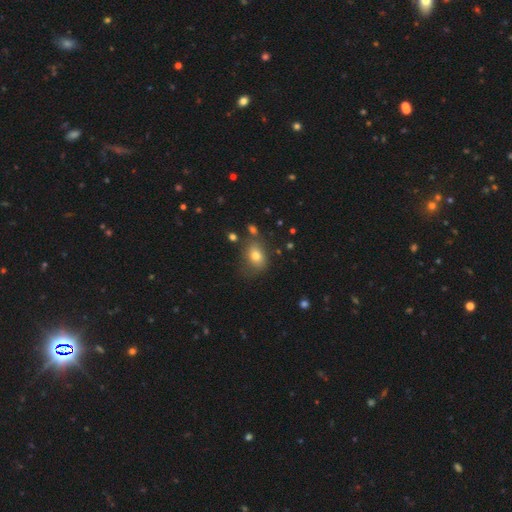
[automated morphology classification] type=smooth (76%); roundness=in between (68%); merging=none (61%).